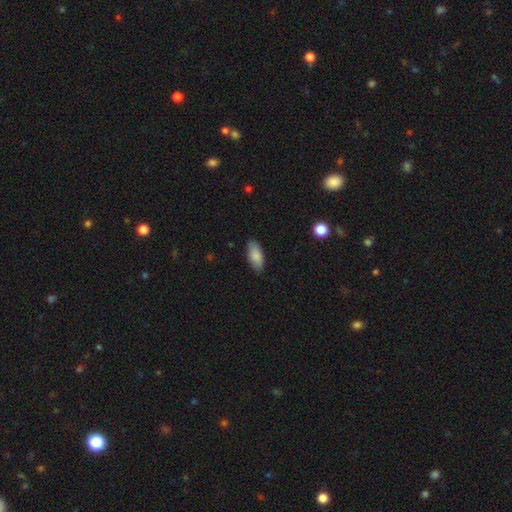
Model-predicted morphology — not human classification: A smooth galaxy with no disk features (86%) that is in between round and cigar-shaped (88%). Merging: none (87%).